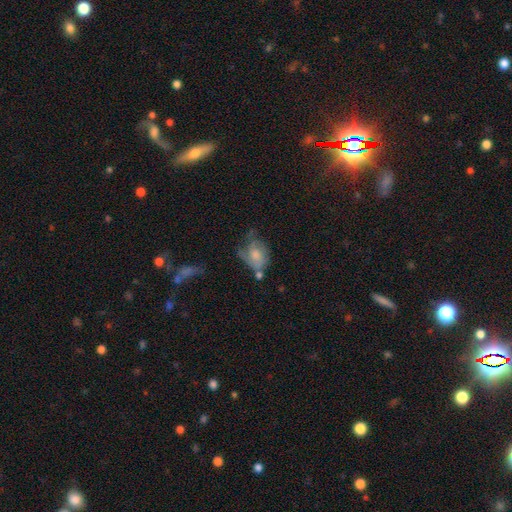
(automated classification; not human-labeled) Morphology: type=smooth (49%); merging=major disturbance (30%).